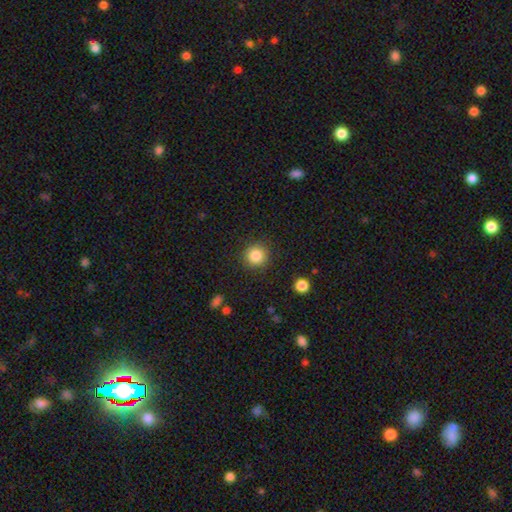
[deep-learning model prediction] This is clearly a smooth galaxy (84%). How rounded: clearly round (94%). Merging: clearly none (90%).